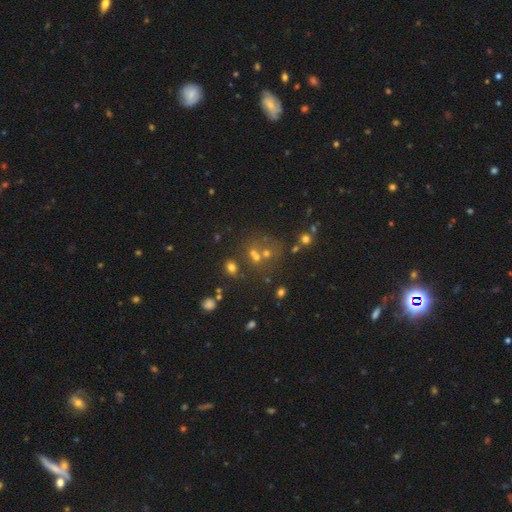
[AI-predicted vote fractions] Smooth or featured: smooth — 47% (star or artifact — 36%)
Merging: none — 50% (merger — 36%)